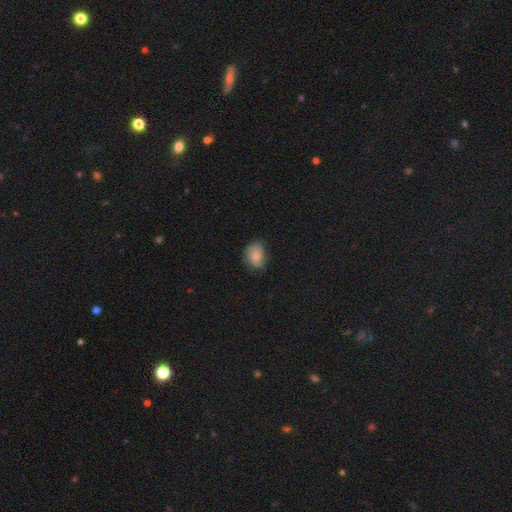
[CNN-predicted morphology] Smooth or featured?
  - smooth: 72% *
  - featured or disk: 20%
  - star or artifact: 8%
How rounded?
  - in between: 65% *
  - round: 34%
  - cigar-shaped: 1%
Merging?
  - none: 61% *
  - minor disturbance: 29%
  - major disturbance: 8%
  - merger: 1%